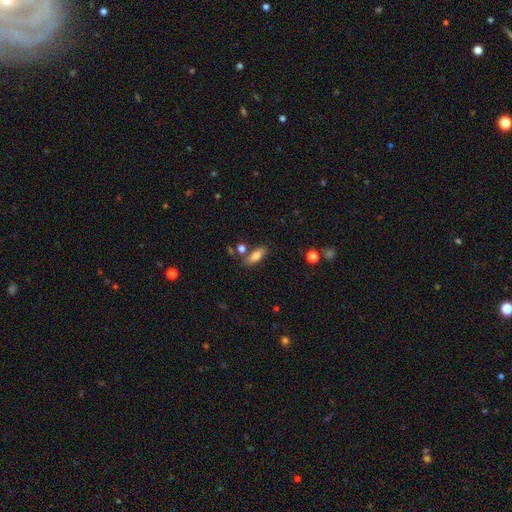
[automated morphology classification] Smooth or featured? smooth (82%)
How rounded? in between (77%)
Merging? none (73%)